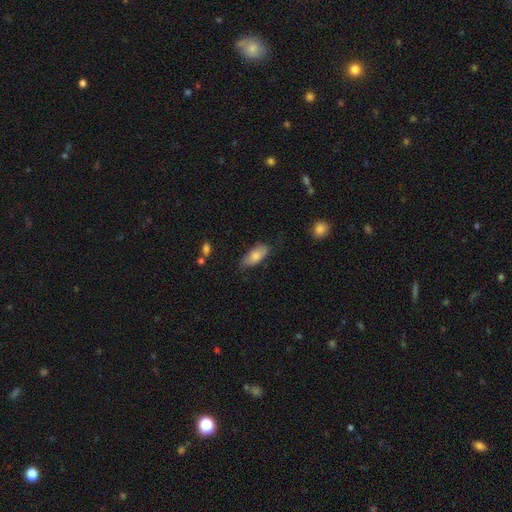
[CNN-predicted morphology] This appears to be a smooth galaxy with no disk features (78%) that is in between round and cigar-shaped (86%). Merging: none (70%).